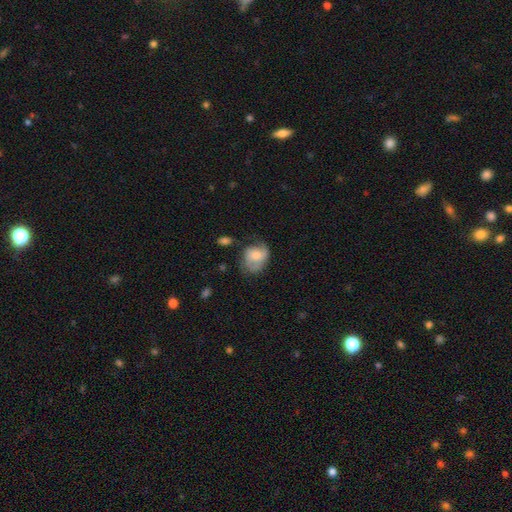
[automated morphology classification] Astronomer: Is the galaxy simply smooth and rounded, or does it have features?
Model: featured or disk — 49% (runner-up: smooth, 44%).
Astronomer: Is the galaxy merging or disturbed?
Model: none — 50% (runner-up: minor disturbance, 30%).